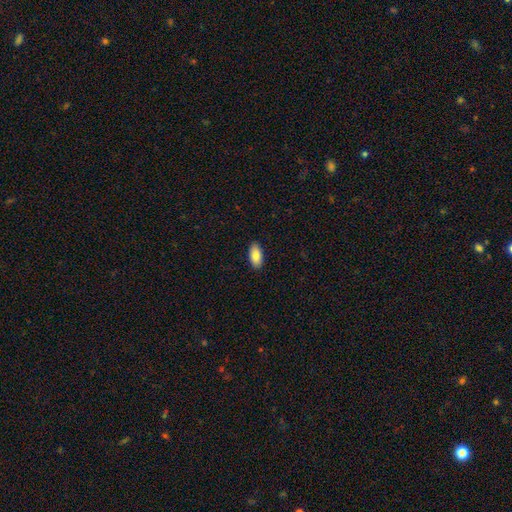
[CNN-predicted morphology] A smooth galaxy with no disk features (85%) that is in between round and cigar-shaped (93%).

Vote fractions:
- Smooth or featured? smooth: 85% / featured or disk: 8% / star or artifact: 6%
- How rounded? in between: 93% / cigar-shaped: 5% / round: 2%
- Merging? none: 90% / minor disturbance: 8% / major disturbance: 2% / merger: 1%